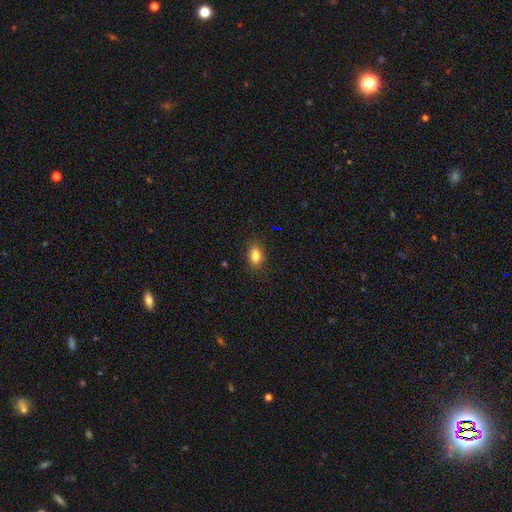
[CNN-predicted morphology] The model was most divided on "how rounded": in between: 83%, round: 14%, cigar-shaped: 3%. More confident: merging — none (87%); smooth or featured — smooth (83%).